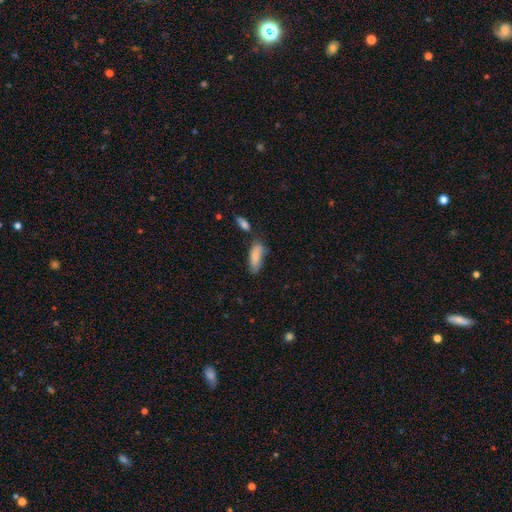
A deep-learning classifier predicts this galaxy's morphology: Smooth or featured? Predicted: smooth (p=0.85). How rounded? Predicted: in between (p=0.69). Merging? Predicted: none (p=0.58).